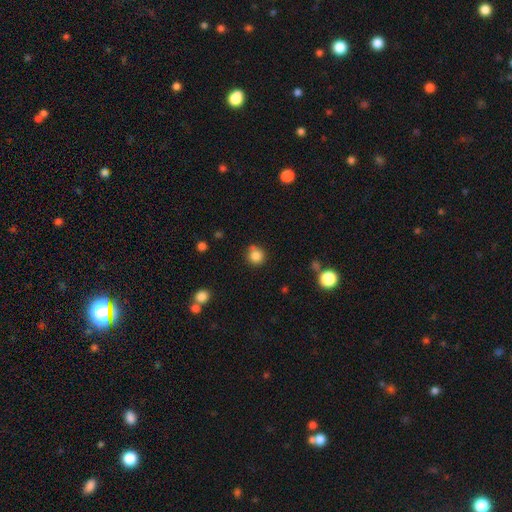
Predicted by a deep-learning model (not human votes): Overall: smooth (84%). How rounded: round (89%). Merging: none (69%).